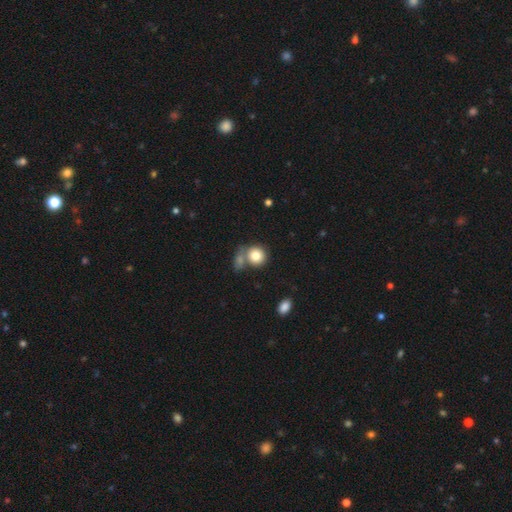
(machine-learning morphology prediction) This appears to be a smooth galaxy with no disk features (81%) that is round (83%). Merging: none (51%).